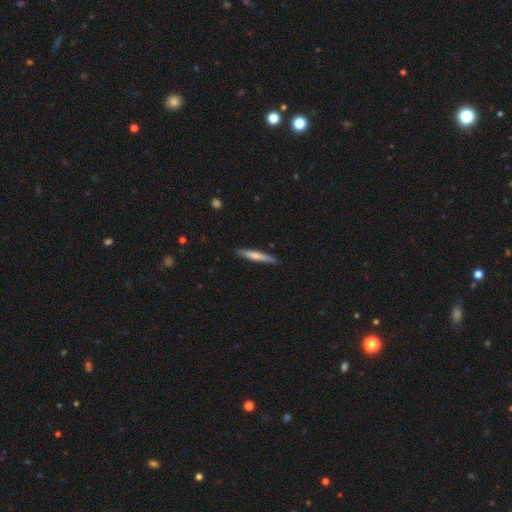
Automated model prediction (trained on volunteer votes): smooth_or_featured: smooth (p=0.63) [alt: featured or disk p=0.32]
how_rounded: cigar-shaped (p=0.94) [alt: in between p=0.05]
merging: none (p=0.89) [alt: minor disturbance p=0.08]